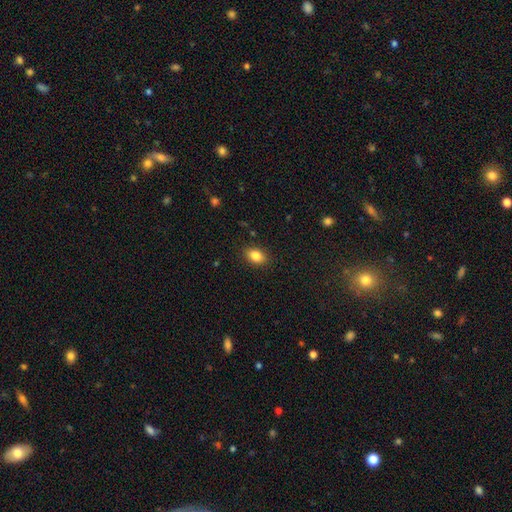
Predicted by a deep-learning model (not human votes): smooth 84%, star or artifact 9%, featured or disk 6%. Down the decision tree: how rounded — in between (77%); merging — none (88%).